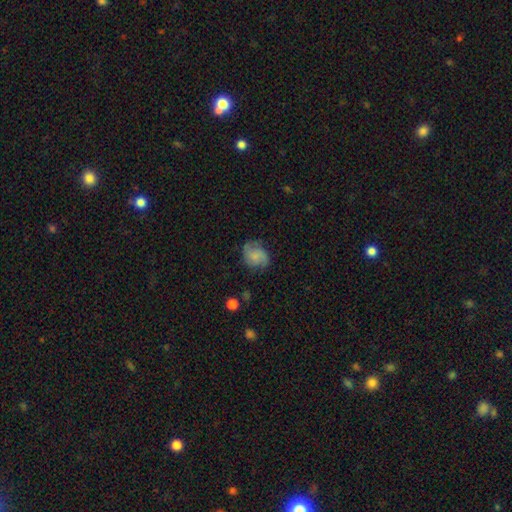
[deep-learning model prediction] Smooth or featured?
  - smooth: 49% *
  - featured or disk: 43%
  - star or artifact: 8%
Merging?
  - none: 64% *
  - minor disturbance: 24%
  - major disturbance: 10%
  - merger: 2%